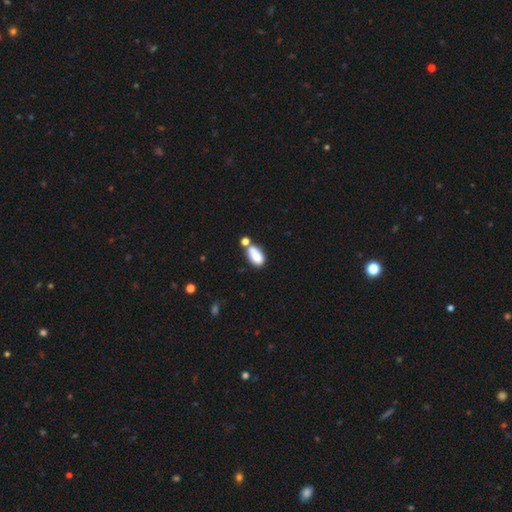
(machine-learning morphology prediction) Smooth or featured? smooth (79%)
How rounded? in between (91%)
Merging? none (39%)